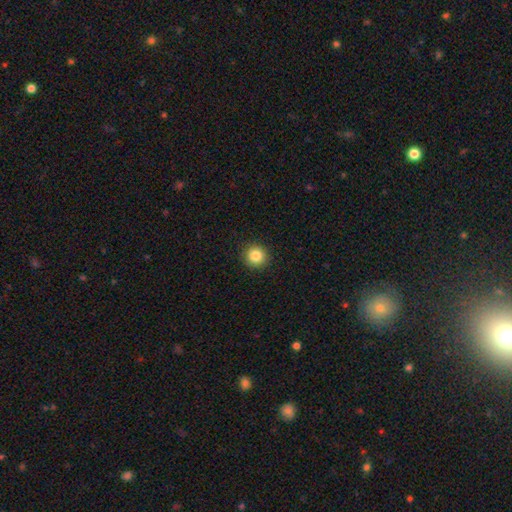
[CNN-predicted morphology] smooth-or-featured: smooth: 85% | star or artifact: 10% | featured or disk: 5%
  how-rounded: round: 93% | in between: 6% | cigar-shaped: 1%
  merging: none: 92% | minor disturbance: 5% | major disturbance: 2% | merger: 1%